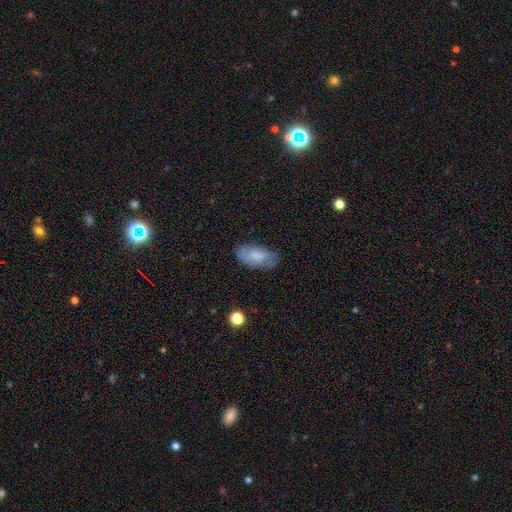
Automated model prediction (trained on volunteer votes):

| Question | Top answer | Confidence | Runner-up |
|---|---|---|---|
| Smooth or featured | smooth | 77% | featured or disk (16%) |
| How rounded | in between | 92% | cigar-shaped (5%) |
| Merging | none | 67% | minor disturbance (24%) |